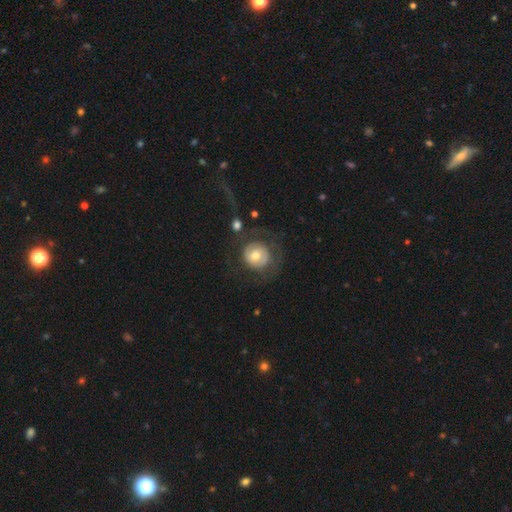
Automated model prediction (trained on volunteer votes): smooth-or-featured: smooth: 48% | featured or disk: 46% | star or artifact: 7%
  merging: none: 56% | major disturbance: 26% | minor disturbance: 14% | merger: 5%